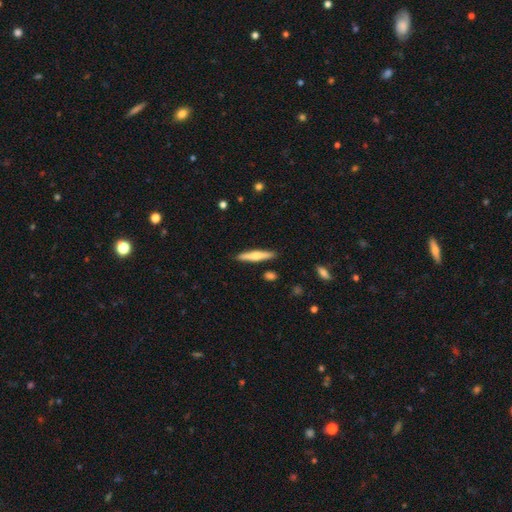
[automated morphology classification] Smooth or featured?
  - smooth: 48% *
  - featured or disk: 46%
  - star or artifact: 6%
Merging?
  - none: 90% *
  - minor disturbance: 7%
  - merger: 2%
  - major disturbance: 2%